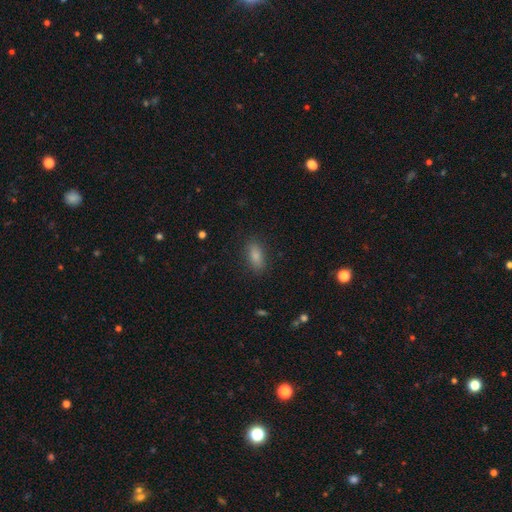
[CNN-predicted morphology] A smooth galaxy with no disk features (83%) that is in between round and cigar-shaped (84%). Merging: none (86%).